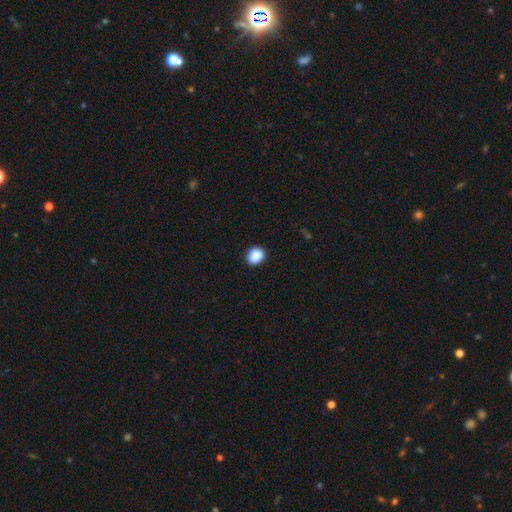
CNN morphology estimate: smooth-or-featured: smooth: 89% | star or artifact: 9% | featured or disk: 3%
  how-rounded: round: 59% | in between: 40% | cigar-shaped: 1%
  merging: none: 89% | minor disturbance: 8% | major disturbance: 2% | merger: 1%